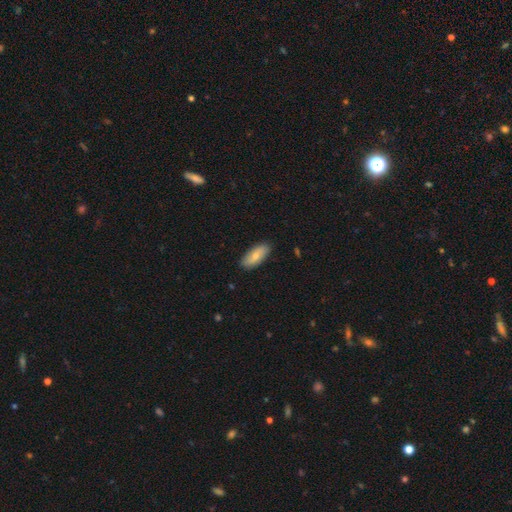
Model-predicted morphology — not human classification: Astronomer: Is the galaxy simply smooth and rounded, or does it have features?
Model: smooth — 70%.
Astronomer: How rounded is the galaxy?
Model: in between — 86%.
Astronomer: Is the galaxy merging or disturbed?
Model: none — 86%.